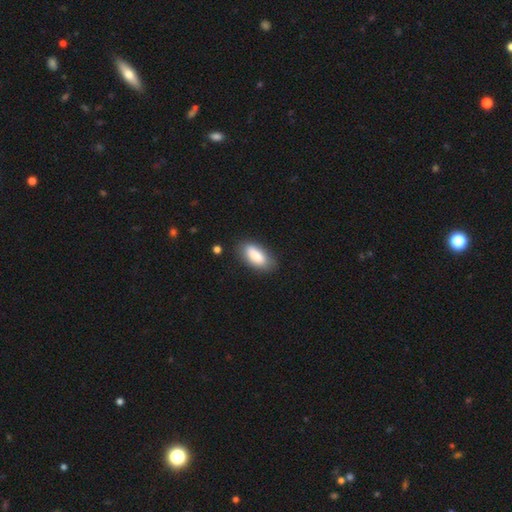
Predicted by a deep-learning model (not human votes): smooth_or_featured: smooth (p=0.83) [alt: featured or disk p=0.11]
how_rounded: in between (p=0.83) [alt: cigar-shaped p=0.15]
merging: none (p=0.78) [alt: minor disturbance p=0.16]